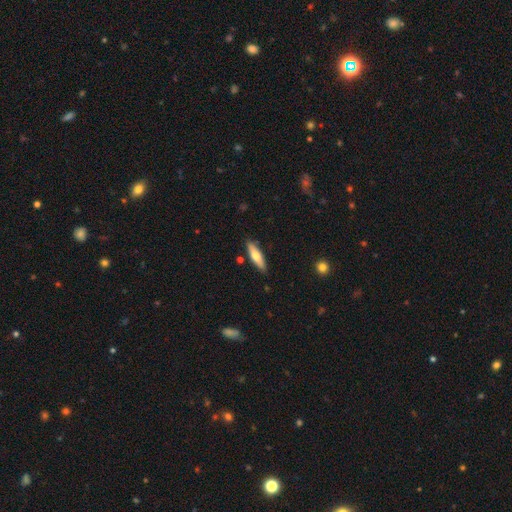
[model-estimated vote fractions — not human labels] The model was most divided on "smooth or featured": smooth: 61%, featured or disk: 34%, star or artifact: 6%. More confident: merging — none (86%); how rounded — cigar-shaped (62%).